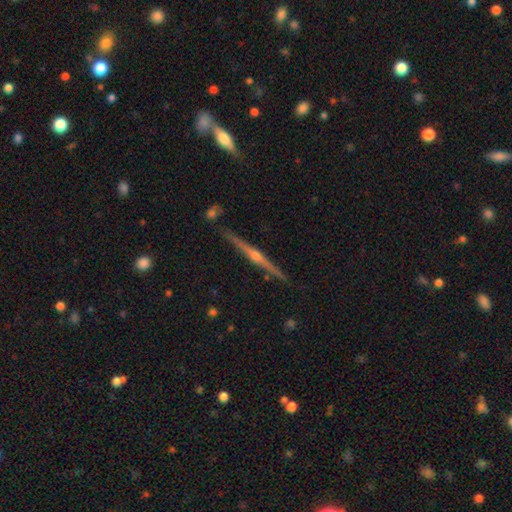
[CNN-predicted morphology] Smooth or featured? featured or disk (85%)
Edge-on disk? yes (98%)
Edge-on bulge? rounded (91%)
Merging? none (90%)